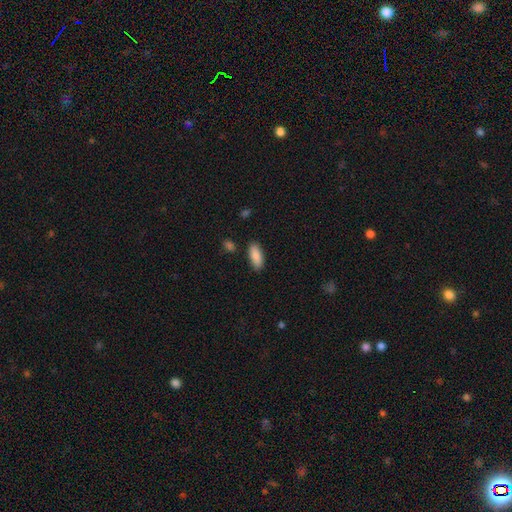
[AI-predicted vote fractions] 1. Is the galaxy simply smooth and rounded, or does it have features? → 89% smooth, 6% star or artifact, 5% featured or disk.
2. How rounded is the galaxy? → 80% in between, 19% cigar-shaped, 2% round.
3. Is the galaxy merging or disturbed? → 86% none, 9% minor disturbance, 2% major disturbance, 2% merger.